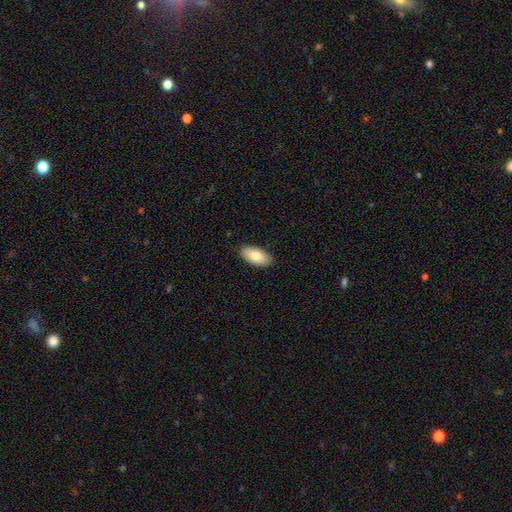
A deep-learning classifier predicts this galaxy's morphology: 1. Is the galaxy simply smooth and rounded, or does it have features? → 81% smooth, 12% featured or disk, 6% star or artifact.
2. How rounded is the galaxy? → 92% in between, 6% cigar-shaped, 2% round.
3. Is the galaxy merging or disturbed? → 87% none, 10% minor disturbance, 2% major disturbance, 1% merger.